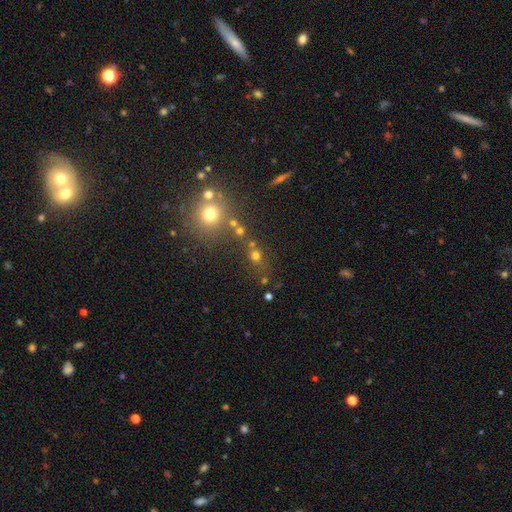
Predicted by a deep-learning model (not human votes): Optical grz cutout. It shows a smooth galaxy with no disk features (64%) that is round (82%). Merging: none (65%).